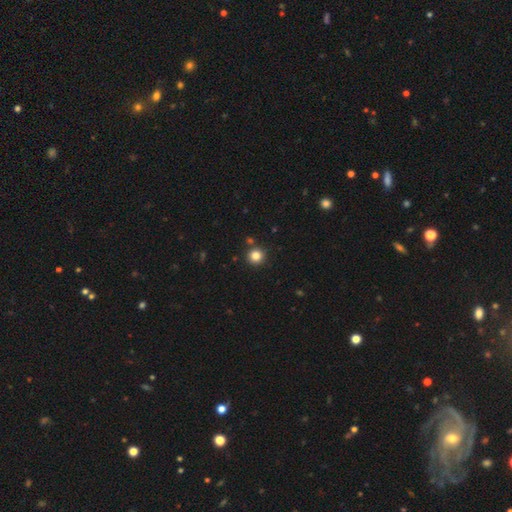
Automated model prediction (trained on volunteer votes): Smooth or featured? smooth (83%)
How rounded? round (95%)
Merging? none (89%)